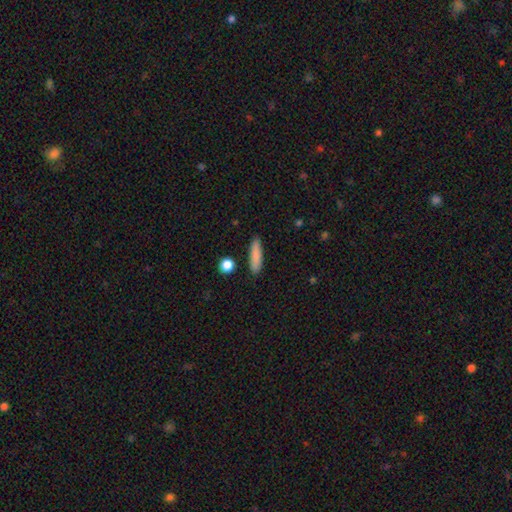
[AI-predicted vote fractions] smooth 85%, featured or disk 8%, star or artifact 7%. Down the decision tree: how rounded — cigar-shaped (77%); merging — none (88%).